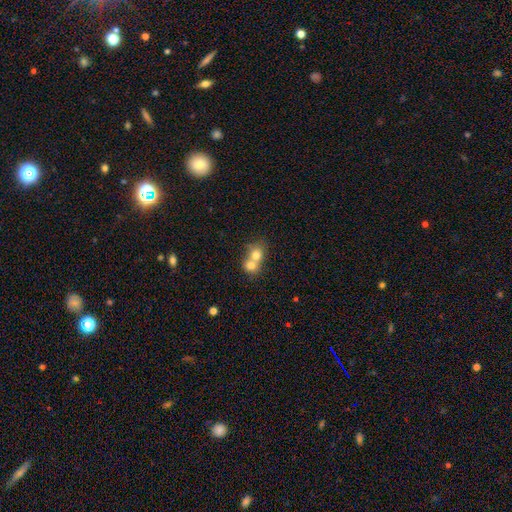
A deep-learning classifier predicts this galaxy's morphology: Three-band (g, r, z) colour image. It shows a smooth galaxy with no disk features (72%) that is round (71%). Merging: merger (71%).